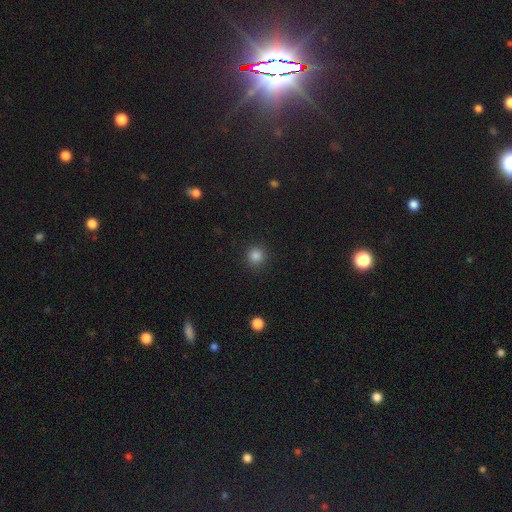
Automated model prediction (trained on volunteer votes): The model was most divided on "smooth or featured": smooth: 85%, star or artifact: 12%, featured or disk: 3%. More confident: how rounded — round (94%); merging — none (90%).